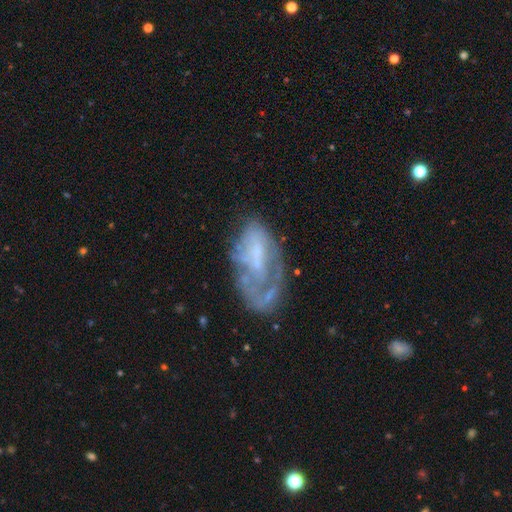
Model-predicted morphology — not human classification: smooth_or_featured: featured or disk (p=0.60) [alt: smooth p=0.30]
disk_edge_on: no (p=0.94) [alt: yes p=0.06]
bar: no (p=0.69) [alt: weak p=0.23]
has_spiral_arms: no (p=0.62) [alt: yes p=0.38]
bulge_size: none (p=0.49) [alt: small p=0.29]
merging: none (p=0.41) [alt: major disturbance p=0.28]